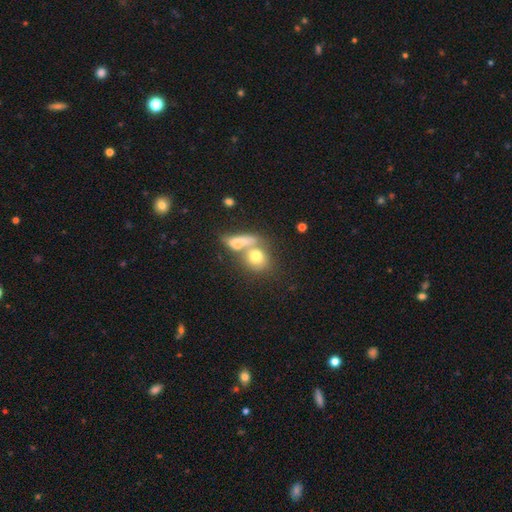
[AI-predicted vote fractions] Smooth or featured: smooth — 70% (featured or disk — 19%)
How rounded: round — 66% (in between — 30%)
Merging: merger — 50% (none — 33%)